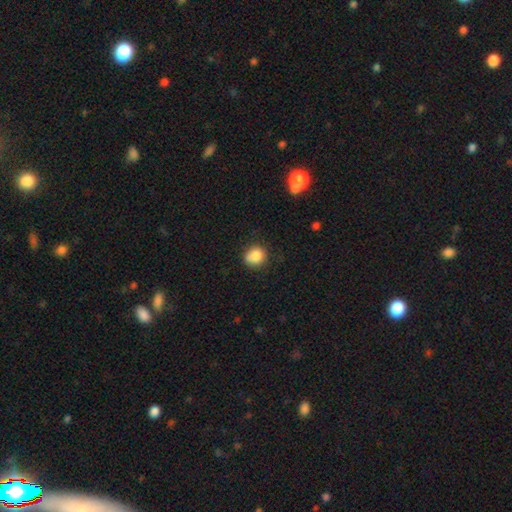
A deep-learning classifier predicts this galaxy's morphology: Smooth or featured?
  - smooth: 84% *
  - star or artifact: 10%
  - featured or disk: 6%
How rounded?
  - round: 79% *
  - in between: 20%
  - cigar-shaped: 1%
Merging?
  - none: 76% *
  - minor disturbance: 18%
  - major disturbance: 4%
  - merger: 2%